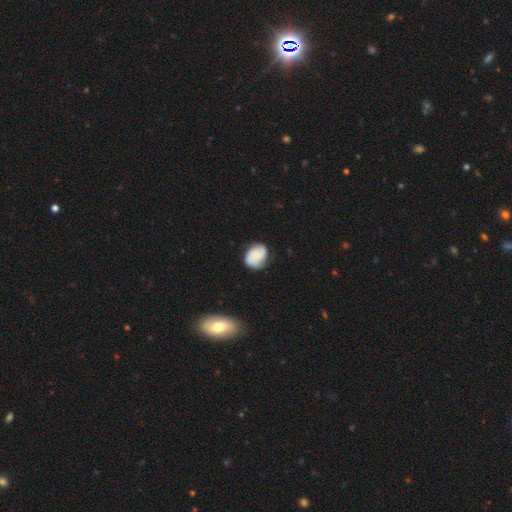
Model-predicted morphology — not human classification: smooth-or-featured: smooth: 49% | featured or disk: 44% | star or artifact: 7%
  merging: none: 71% | minor disturbance: 22% | major disturbance: 5% | merger: 2%